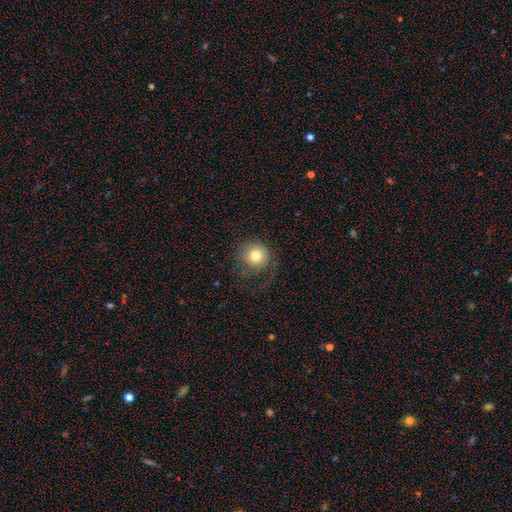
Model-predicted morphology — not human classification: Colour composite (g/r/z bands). It shows a smooth galaxy with no disk features (76%) that is round (91%). Merging: none (59%).